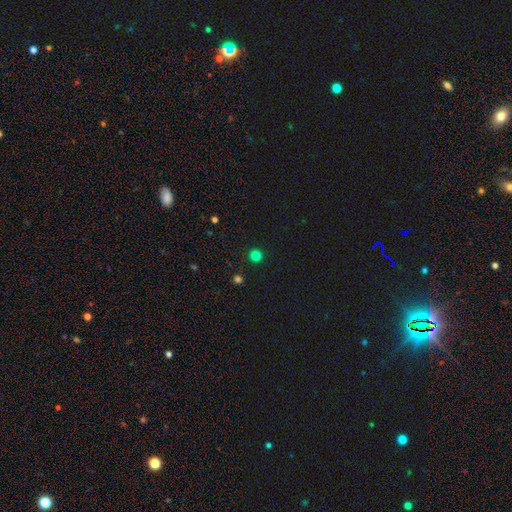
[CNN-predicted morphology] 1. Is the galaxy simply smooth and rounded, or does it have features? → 81% smooth, 16% star or artifact, 3% featured or disk.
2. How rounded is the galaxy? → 95% round, 4% in between, 1% cigar-shaped.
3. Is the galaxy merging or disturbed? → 92% none, 5% minor disturbance, 2% major disturbance, 1% merger.